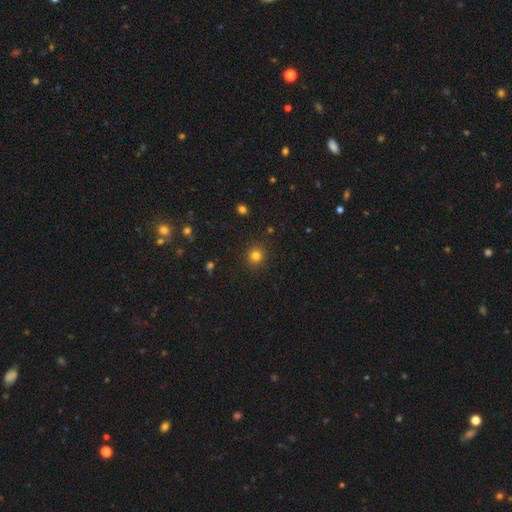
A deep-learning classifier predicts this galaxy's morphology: This is clearly a smooth galaxy (81%). How rounded: clearly round (90%). Merging: clearly none (90%).